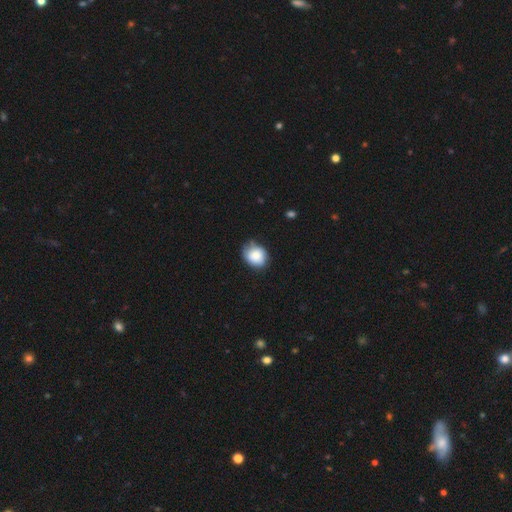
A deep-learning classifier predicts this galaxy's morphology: Overall: smooth (83%). How rounded: round (60%; in between 39%). Merging: none (60%; minor disturbance 32%).